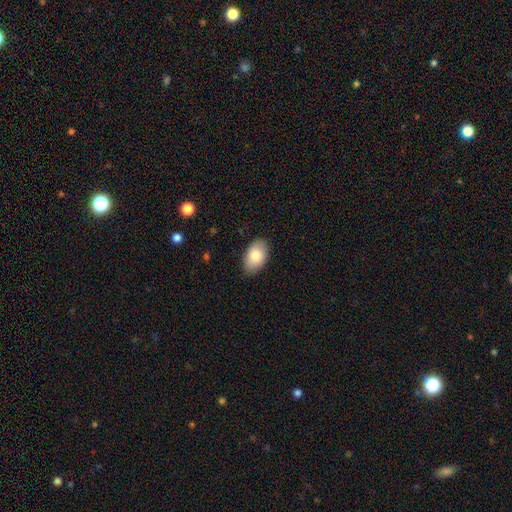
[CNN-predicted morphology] A smooth galaxy with no disk features (84%) that is in between round and cigar-shaped (92%).

Vote fractions:
- Smooth or featured? smooth: 84% / featured or disk: 10% / star or artifact: 6%
- How rounded? in between: 92% / round: 6% / cigar-shaped: 1%
- Merging? none: 84% / minor disturbance: 13% / major disturbance: 2% / merger: 1%